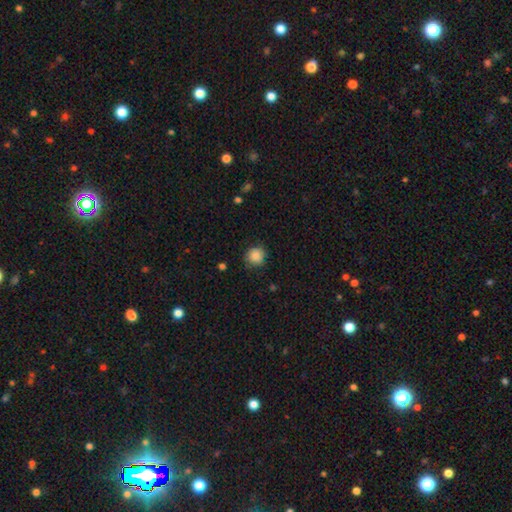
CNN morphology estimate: Overall: smooth (86%). How rounded: round (90%). Merging: none (81%).